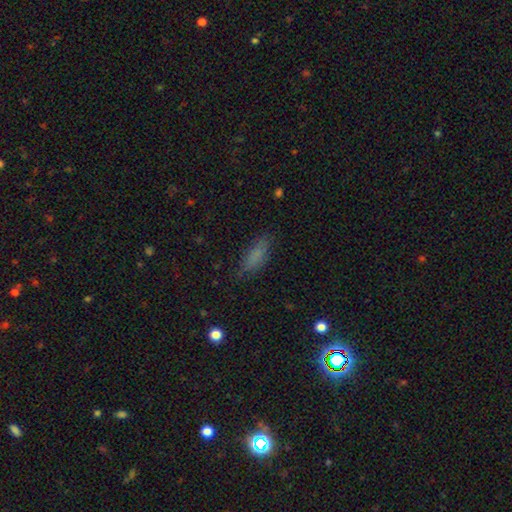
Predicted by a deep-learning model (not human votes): This appears to be a smooth galaxy with no disk features (75%) that is in between round and cigar-shaped (58%). Merging: none (74%).